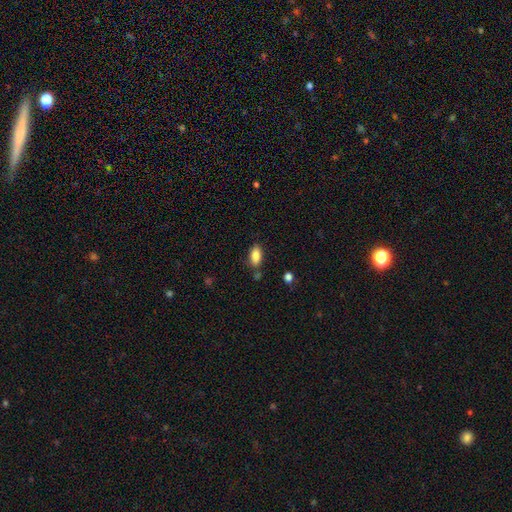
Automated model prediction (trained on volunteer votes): Q: Smooth or featured?
A: smooth (85%); runner-up: star or artifact (7%)
Q: How rounded?
A: in between (88%); runner-up: cigar-shaped (9%)
Q: Merging?
A: none (78%); runner-up: minor disturbance (14%)